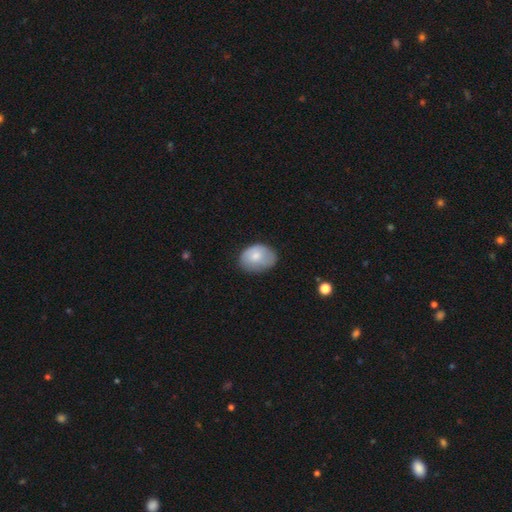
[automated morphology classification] Q: Smooth or featured?
A: smooth (74%); runner-up: featured or disk (19%)
Q: How rounded?
A: in between (72%); runner-up: round (27%)
Q: Merging?
A: none (61%); runner-up: minor disturbance (30%)